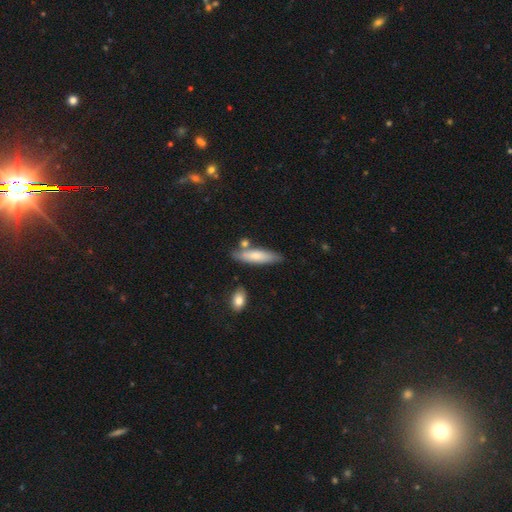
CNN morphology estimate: smooth-or-featured: smooth: 73% | featured or disk: 21% | star or artifact: 6%
  how-rounded: cigar-shaped: 63% | in between: 35% | round: 2%
  merging: none: 70% | minor disturbance: 17% | merger: 9% | major disturbance: 3%